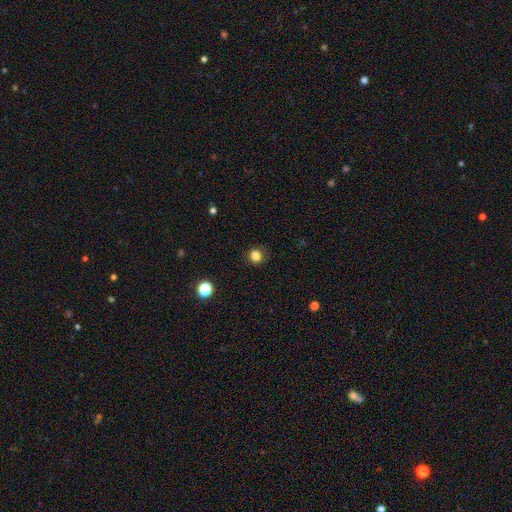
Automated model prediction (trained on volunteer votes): smooth_or_featured: smooth (p=0.82) [alt: star or artifact p=0.13]
how_rounded: round (p=0.89) [alt: in between p=0.10]
merging: none (p=0.88) [alt: minor disturbance p=0.08]